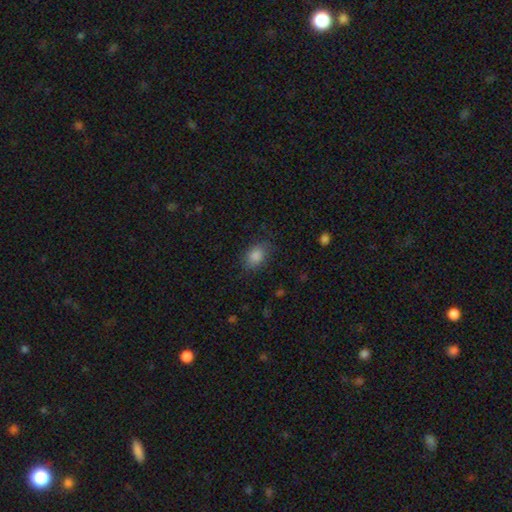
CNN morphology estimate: Smooth or featured? Predicted: smooth (p=0.85). How rounded? Predicted: in between (p=0.76). Merging? Predicted: none (p=0.78).